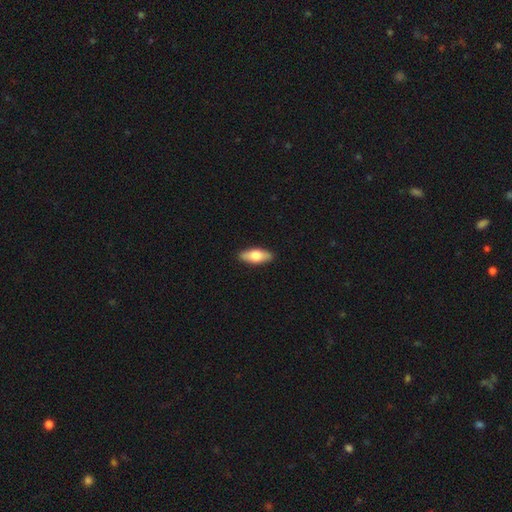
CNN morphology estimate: Smooth or featured? smooth (65%)
How rounded? in between (76%)
Merging? none (90%)